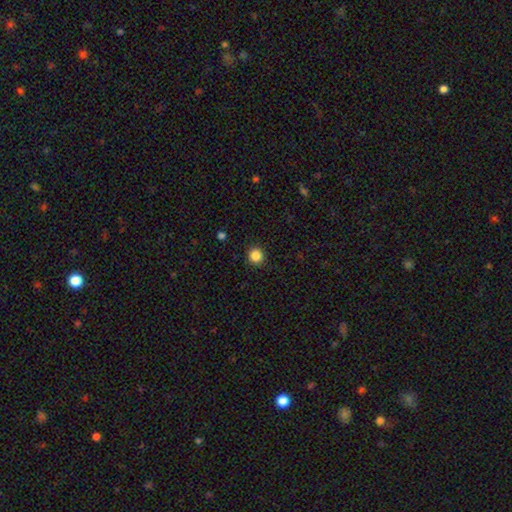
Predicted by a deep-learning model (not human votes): Smooth or featured? Predicted: smooth (p=0.86). How rounded? Predicted: round (p=0.94). Merging? Predicted: none (p=0.92).